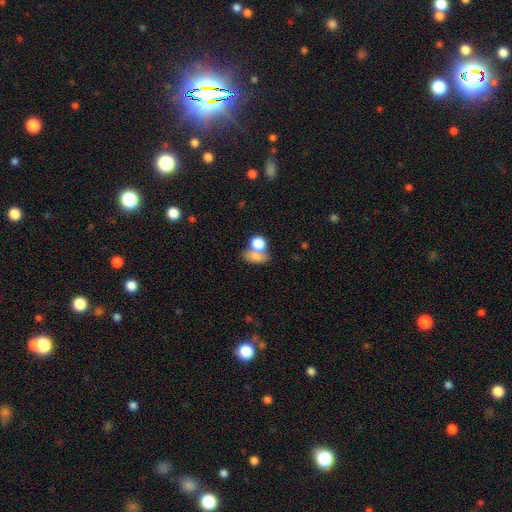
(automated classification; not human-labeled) Smooth or featured? Predicted: smooth (p=0.76). How rounded? Predicted: in between (p=0.63). Merging? Predicted: merger (p=0.46).